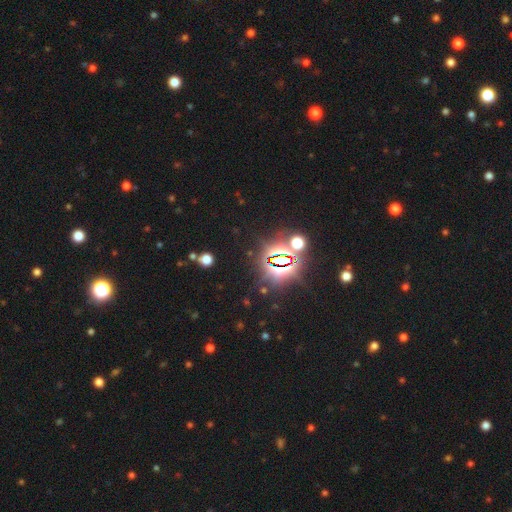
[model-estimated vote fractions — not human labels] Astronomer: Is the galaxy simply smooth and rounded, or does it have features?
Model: star or artifact — 84%.